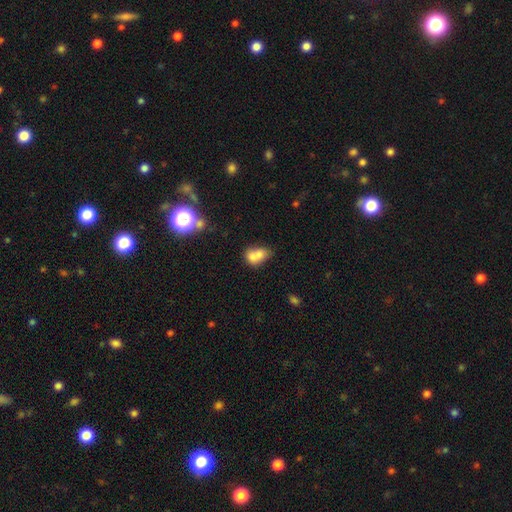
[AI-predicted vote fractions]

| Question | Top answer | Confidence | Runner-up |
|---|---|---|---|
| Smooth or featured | smooth | 71% | featured or disk (18%) |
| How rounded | in between | 66% | round (32%) |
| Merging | merger | 61% | none (24%) |